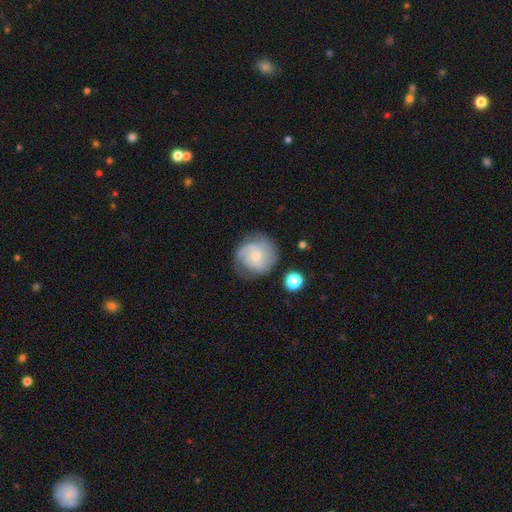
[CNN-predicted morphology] Smooth or featured? Predicted: featured or disk (p=0.65). Edge-on disk? Predicted: no (p=0.98). Bar? Predicted: no (p=0.66). Spiral arms? Predicted: yes (p=0.91). Spiral winding? Predicted: tight (p=0.41, tied with medium). Spiral arm count? Predicted: 2 (p=0.38). Bulge size? Predicted: small (p=0.67). Merging? Predicted: none (p=0.67).